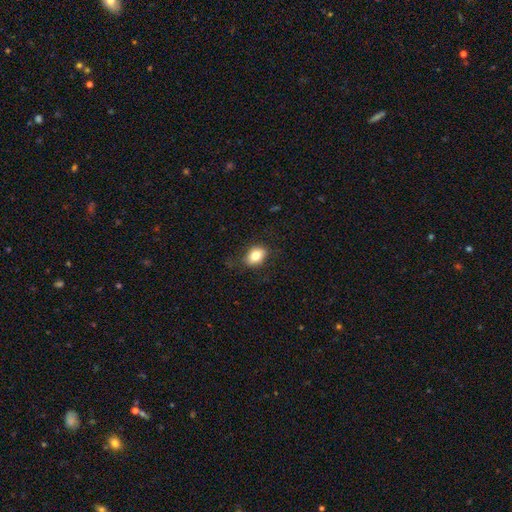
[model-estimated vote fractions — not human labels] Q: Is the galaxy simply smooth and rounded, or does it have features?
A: smooth — 80%.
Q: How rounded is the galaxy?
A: in between — 73%.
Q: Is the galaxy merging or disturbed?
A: none — 80%.